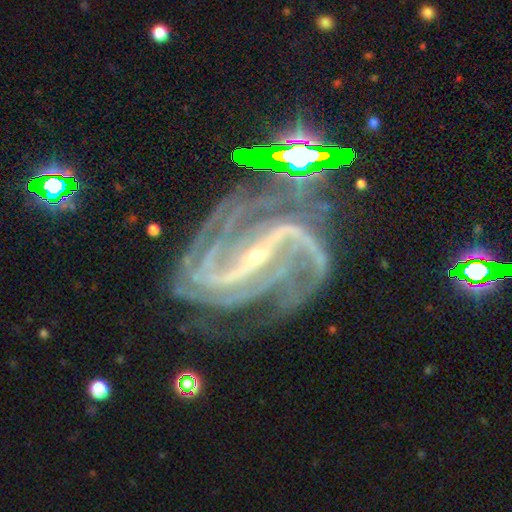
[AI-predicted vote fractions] This appears to be a featured or disk galaxy (92%) with a strong bar (72%), 2 (44%) medium (50%) spiral arms (98%) and a small central bulge (86%). Merging: none (58%).